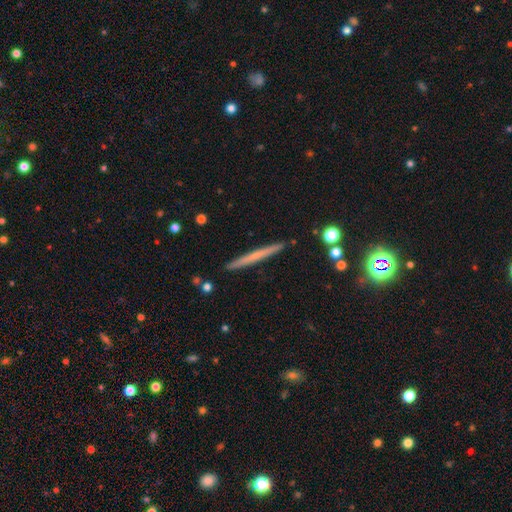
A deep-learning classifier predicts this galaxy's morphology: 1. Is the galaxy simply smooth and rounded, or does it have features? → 47% smooth, 46% featured or disk, 8% star or artifact.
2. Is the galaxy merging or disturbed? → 91% none, 6% minor disturbance, 1% merger, 1% major disturbance.